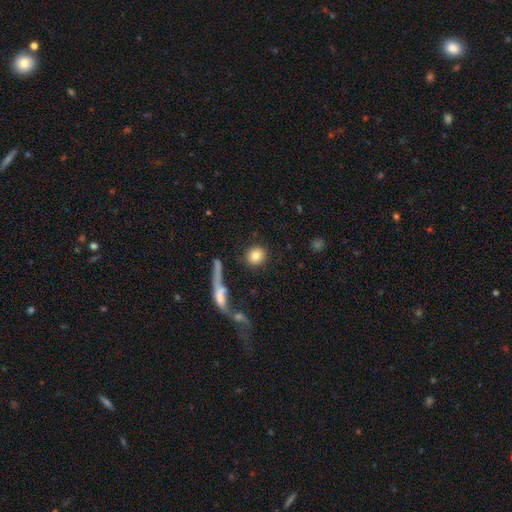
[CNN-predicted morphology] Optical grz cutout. It shows a smooth galaxy with no disk features (81%) that is round (85%). Merging: none (84%).